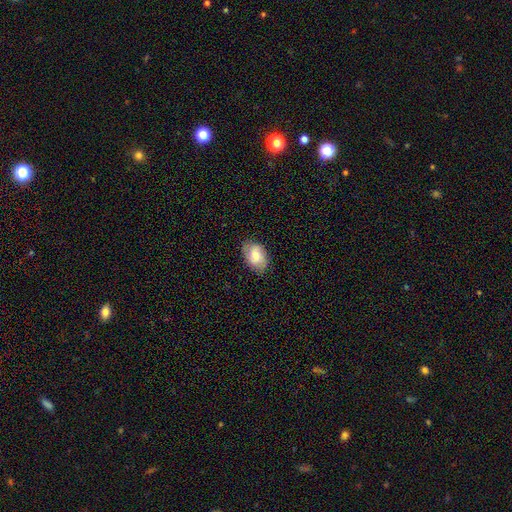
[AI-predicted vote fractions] A smooth galaxy with no disk features (71%) that is in between round and cigar-shaped (88%).

Vote fractions:
- Smooth or featured? smooth: 71% / featured or disk: 22% / star or artifact: 7%
- How rounded? in between: 88% / round: 11% / cigar-shaped: 1%
- Merging? none: 79% / minor disturbance: 17% / major disturbance: 4% / merger: 1%